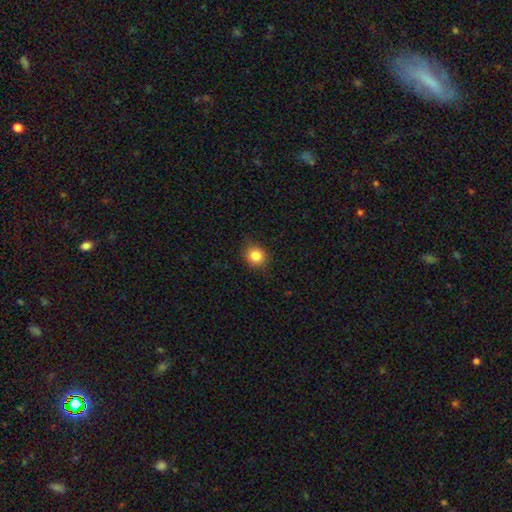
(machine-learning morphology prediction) A smooth galaxy with no disk features (84%) that is round (80%).

Vote fractions:
- Smooth or featured? smooth: 84% / star or artifact: 11% / featured or disk: 5%
- How rounded? round: 80% / in between: 19% / cigar-shaped: 1%
- Merging? none: 85% / minor disturbance: 12% / major disturbance: 2% / merger: 1%